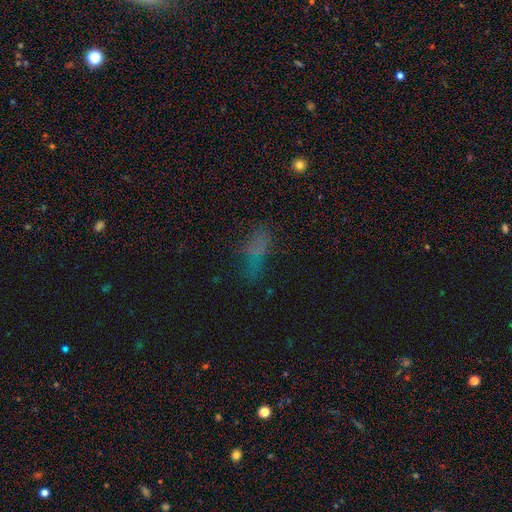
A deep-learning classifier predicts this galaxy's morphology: Smooth or featured? smooth (52%)
How rounded? in between (68%)
Merging? none (53%)